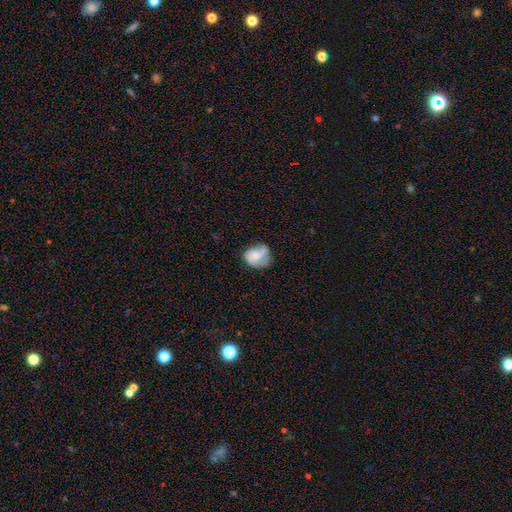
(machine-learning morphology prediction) smooth-or-featured: smooth: 56% | featured or disk: 37% | star or artifact: 7%
  how-rounded: round: 59% | in between: 40% | cigar-shaped: 1%
  merging: none: 44% | minor disturbance: 33% | major disturbance: 20% | merger: 3%